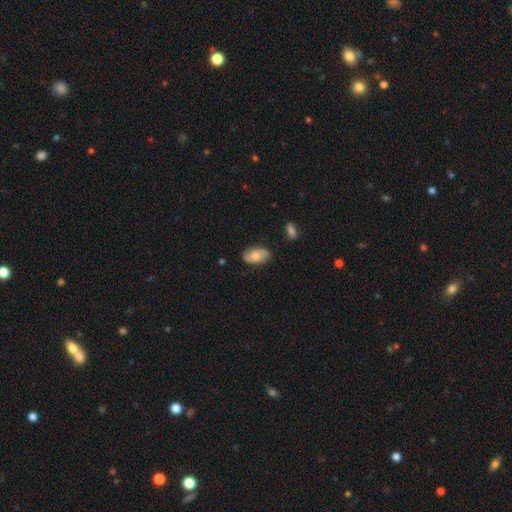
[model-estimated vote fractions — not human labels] smooth_or_featured: smooth (p=0.66) [alt: featured or disk p=0.27]
how_rounded: in between (p=0.93) [alt: round p=0.05]
merging: none (p=0.79) [alt: minor disturbance p=0.16]